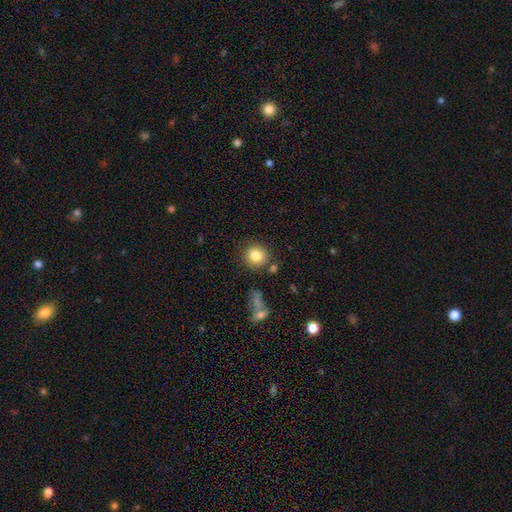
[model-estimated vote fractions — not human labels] A smooth galaxy with no disk features (83%) that is round (90%).

Vote fractions:
- Smooth or featured? smooth: 83% / star or artifact: 10% / featured or disk: 7%
- How rounded? round: 90% / in between: 9% / cigar-shaped: 1%
- Merging? none: 83% / minor disturbance: 9% / merger: 5% / major disturbance: 3%